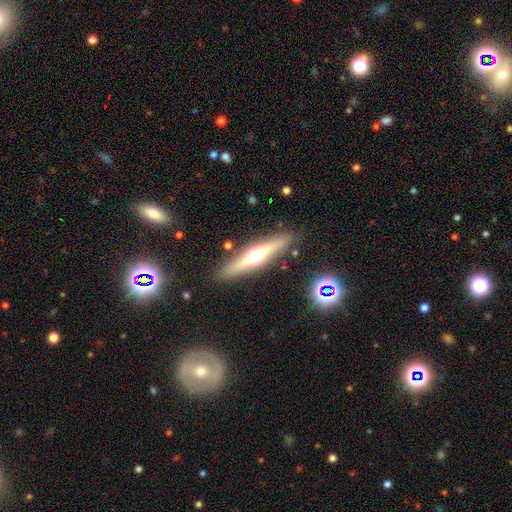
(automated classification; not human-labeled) featured or disk 63%, smooth 30%, star or artifact 7%. Down the decision tree: edge-on disk — yes (94%); edge-on bulge — rounded (93%); merging — none (87%).